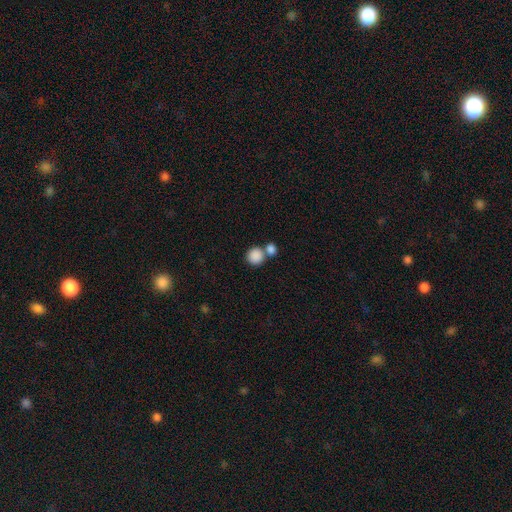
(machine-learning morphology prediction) This appears to be a smooth galaxy with no disk features (87%) that is round (89%). Merging: none (53%).